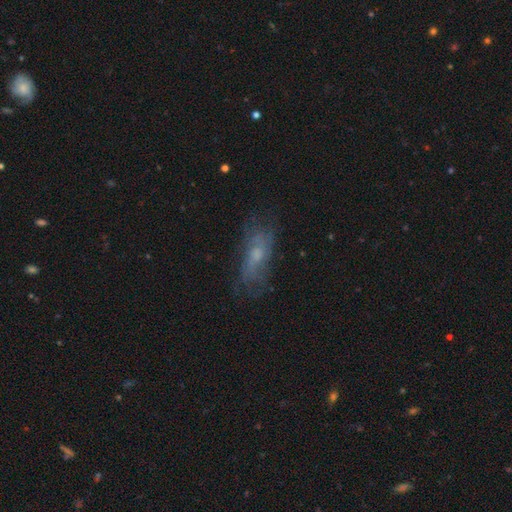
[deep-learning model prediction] Q: Smooth or featured?
A: featured or disk (46%); runner-up: smooth (42%)
Q: Merging?
A: none (61%); runner-up: minor disturbance (23%)